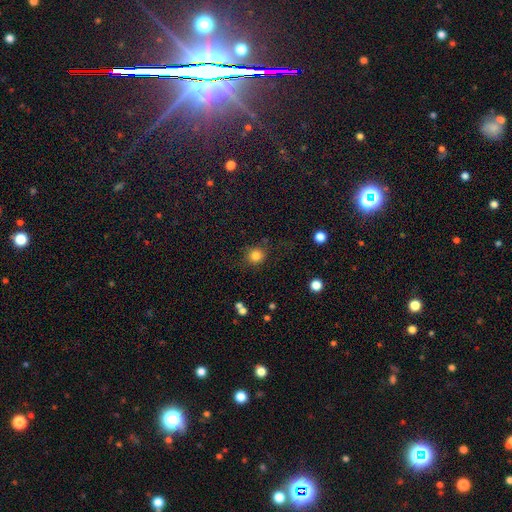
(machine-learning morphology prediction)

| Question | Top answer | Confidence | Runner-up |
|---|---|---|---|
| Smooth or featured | smooth | 82% | star or artifact (12%) |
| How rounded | round | 91% | in between (8%) |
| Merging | none | 81% | minor disturbance (11%) |